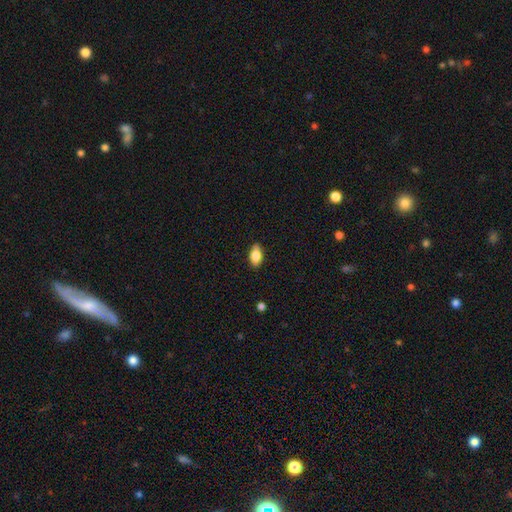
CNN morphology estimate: This is likely a smooth galaxy (80%). How rounded: clearly in between (89%). Merging: clearly none (85%).